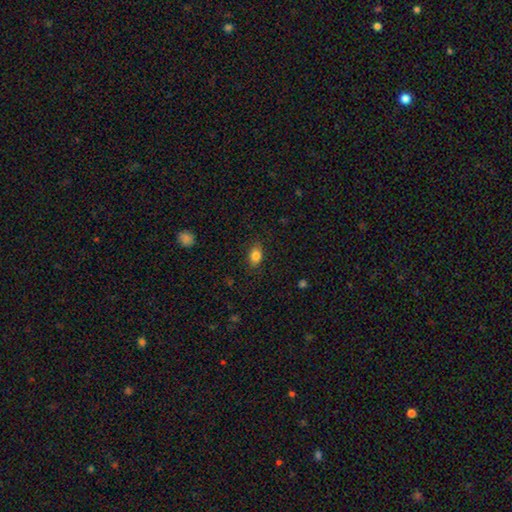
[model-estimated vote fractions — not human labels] This is clearly a smooth galaxy (84%). How rounded: likely in between (79%). Merging: clearly none (85%).